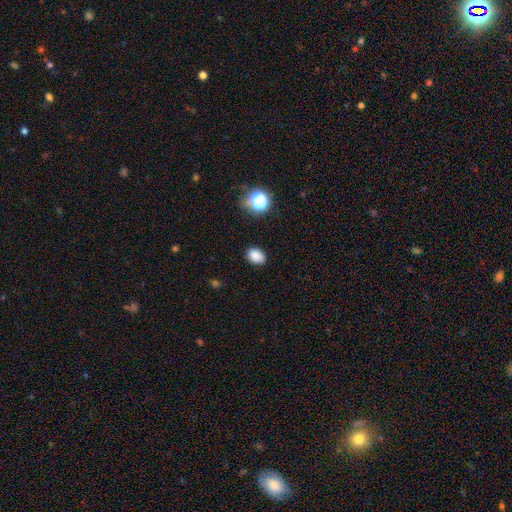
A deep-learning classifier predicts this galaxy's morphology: This is clearly a smooth galaxy (84%). How rounded: likely in between (74%). Merging: clearly none (85%).